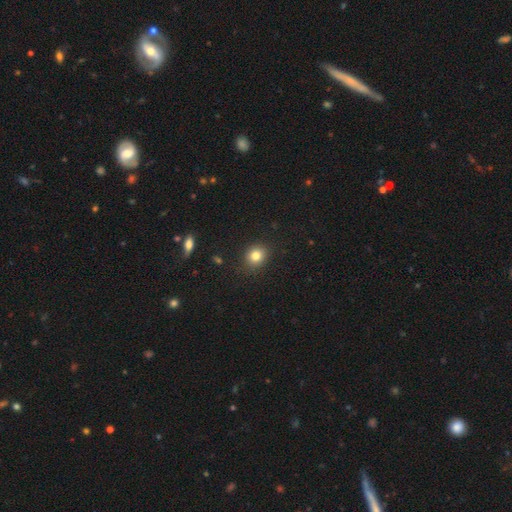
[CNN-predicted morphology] This is clearly a smooth galaxy (81%). How rounded: likely round (75%). Merging: clearly none (88%).